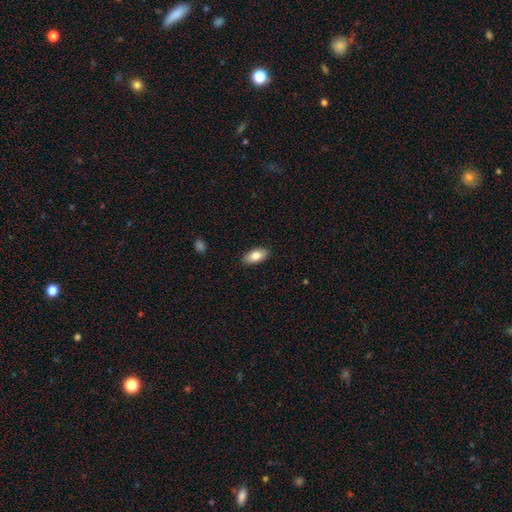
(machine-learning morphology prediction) Overall: smooth (82%). How rounded: in between (91%). Merging: none (89%).